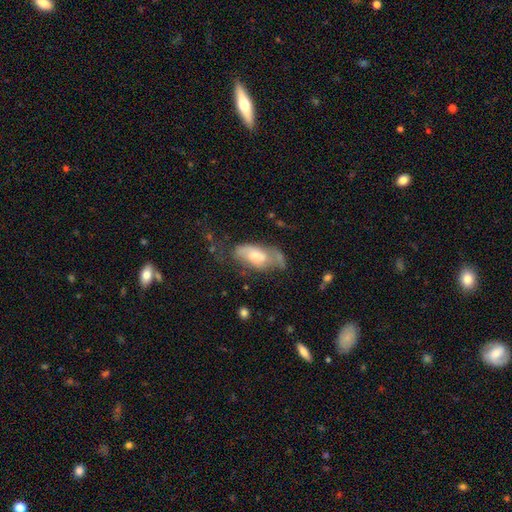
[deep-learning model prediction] A smooth galaxy with no disk features (48%).

Vote fractions:
- Smooth or featured? smooth: 48% / featured or disk: 45% / star or artifact: 7%
- Merging? none: 34% / minor disturbance: 30% / major disturbance: 29% / merger: 7%